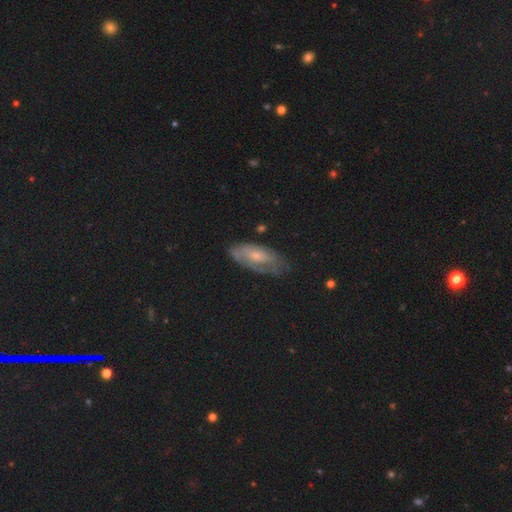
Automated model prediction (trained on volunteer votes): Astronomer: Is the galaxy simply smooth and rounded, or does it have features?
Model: featured or disk — 56% (runner-up: smooth, 35%).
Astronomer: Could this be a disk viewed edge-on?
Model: no — 87%.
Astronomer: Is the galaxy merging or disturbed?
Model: none — 59%.